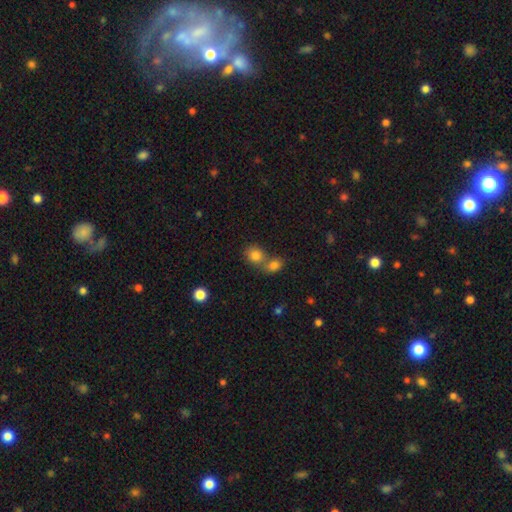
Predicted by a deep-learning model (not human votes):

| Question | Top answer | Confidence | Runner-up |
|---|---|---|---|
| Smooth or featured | smooth | 81% | star or artifact (11%) |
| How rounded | round | 69% | in between (30%) |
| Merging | merger | 50% | none (40%) |